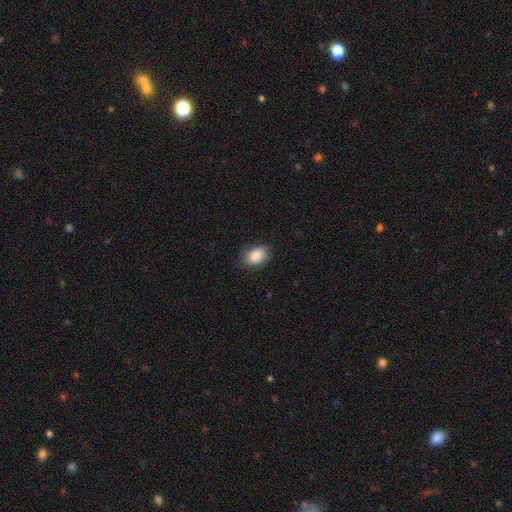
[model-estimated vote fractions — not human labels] Smooth or featured? Predicted: smooth (p=0.87). How rounded? Predicted: in between (p=0.82). Merging? Predicted: none (p=0.80).